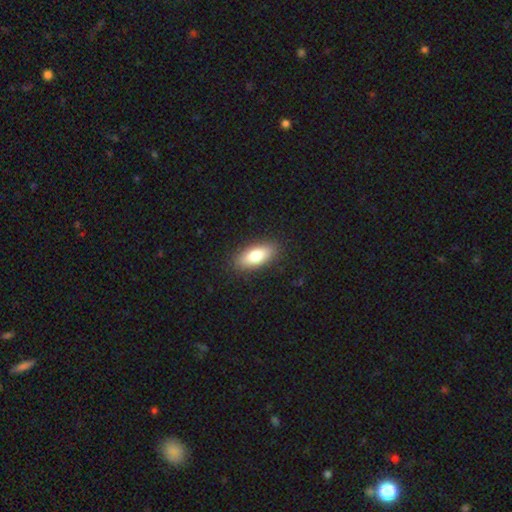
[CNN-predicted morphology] Smooth or featured? Predicted: smooth (p=0.80). How rounded? Predicted: in between (p=0.81). Merging? Predicted: none (p=0.88).